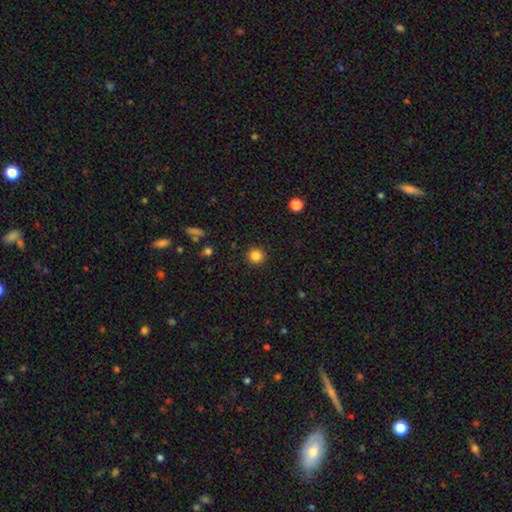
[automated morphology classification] smooth-or-featured: smooth: 84% | star or artifact: 12% | featured or disk: 4%
  how-rounded: round: 94% | in between: 5% | cigar-shaped: 1%
  merging: none: 92% | minor disturbance: 5% | major disturbance: 2% | merger: 1%